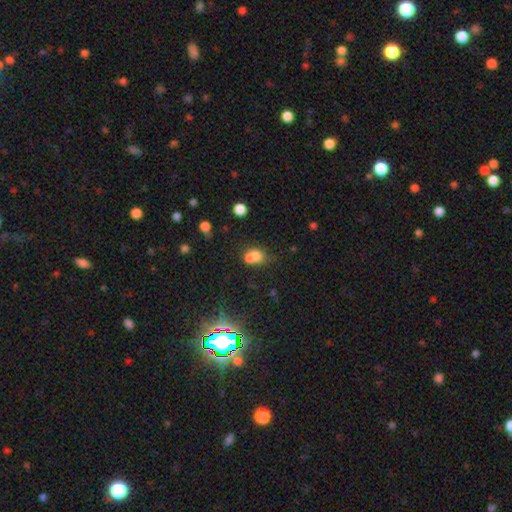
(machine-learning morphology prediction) The model was most divided on "how rounded": round: 56%, in between: 43%, cigar-shaped: 1%. More confident: smooth or featured — smooth (69%); merging — merger (56%).